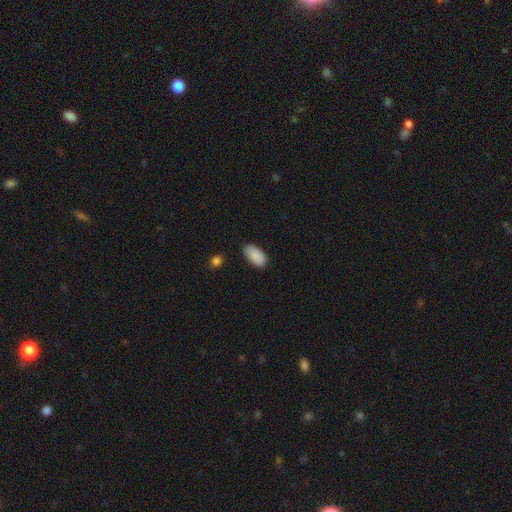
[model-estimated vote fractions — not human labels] smooth 89%, star or artifact 7%, featured or disk 5%. Down the decision tree: how rounded — in between (95%); merging — none (80%).